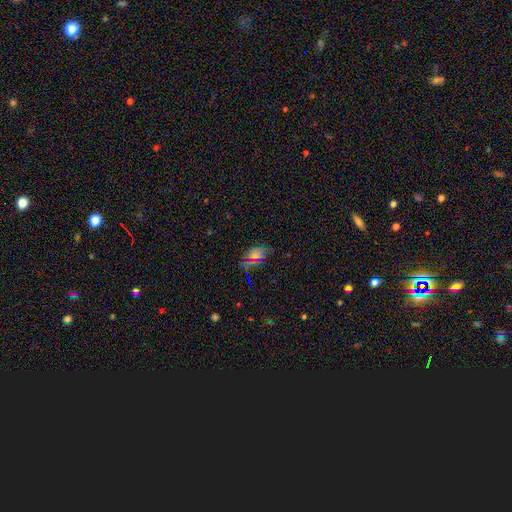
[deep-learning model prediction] Overall: smooth (51%; star or artifact 28%). How rounded: in between (77%). Merging: none (69%).